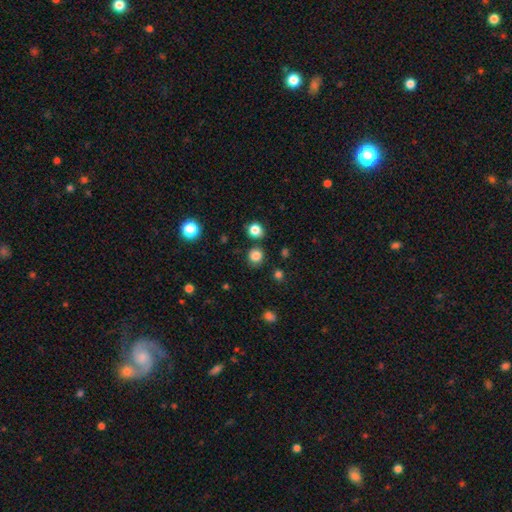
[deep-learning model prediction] Morphology: type=smooth (83%); roundness=round (90%); merging=none (85%).